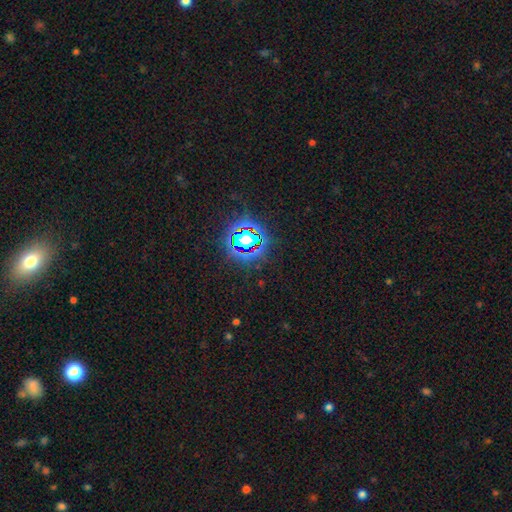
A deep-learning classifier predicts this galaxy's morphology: The model was most divided on "smooth or featured": star or artifact: 77%, smooth: 15%, featured or disk: 8%.